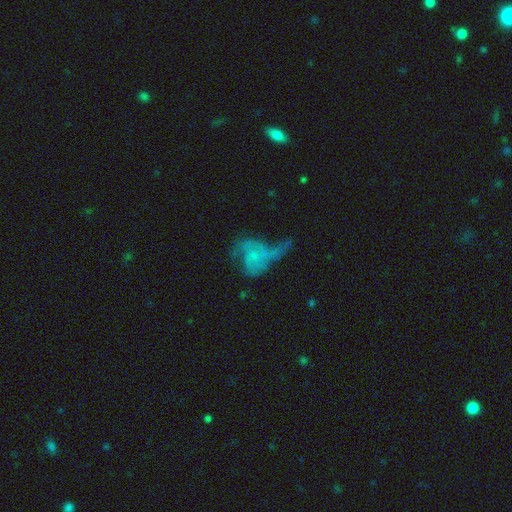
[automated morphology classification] smooth_or_featured: featured or disk (p=0.63) [alt: smooth p=0.26]
disk_edge_on: no (p=0.97) [alt: yes p=0.03]
bar: no (p=0.81) [alt: weak p=0.16]
has_spiral_arms: yes (p=0.68) [alt: no p=0.32]
bulge_size: none (p=0.54) [alt: small p=0.33]
merging: major disturbance (p=0.45) [alt: none p=0.25]